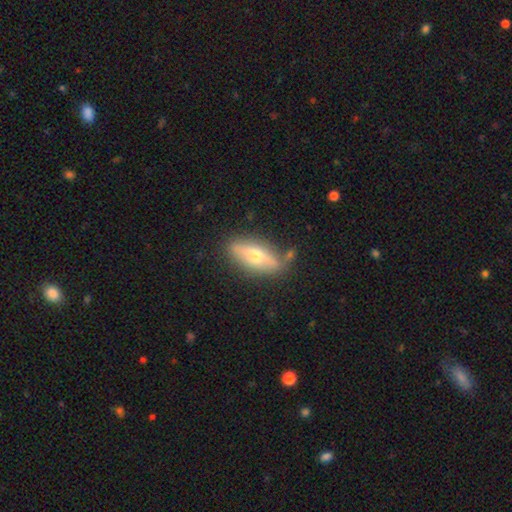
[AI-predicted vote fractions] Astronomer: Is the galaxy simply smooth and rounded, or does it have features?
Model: featured or disk — 55% (runner-up: smooth, 39%).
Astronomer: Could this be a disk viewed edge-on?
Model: yes — 76%.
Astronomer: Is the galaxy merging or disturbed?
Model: none — 77%.